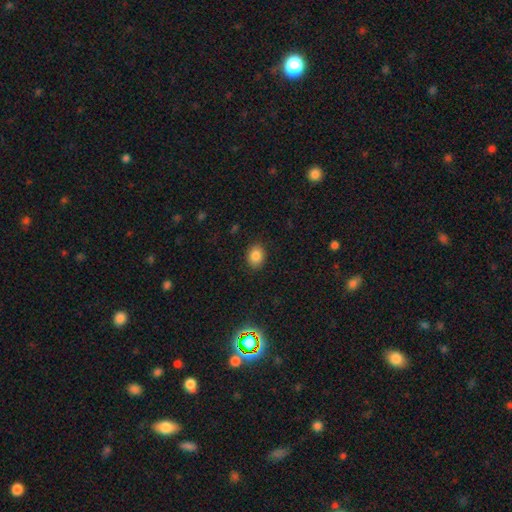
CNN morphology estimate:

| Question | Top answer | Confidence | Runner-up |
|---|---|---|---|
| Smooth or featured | smooth | 85% | star or artifact (10%) |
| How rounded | in between | 60% | round (39%) |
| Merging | none | 89% | minor disturbance (8%) |